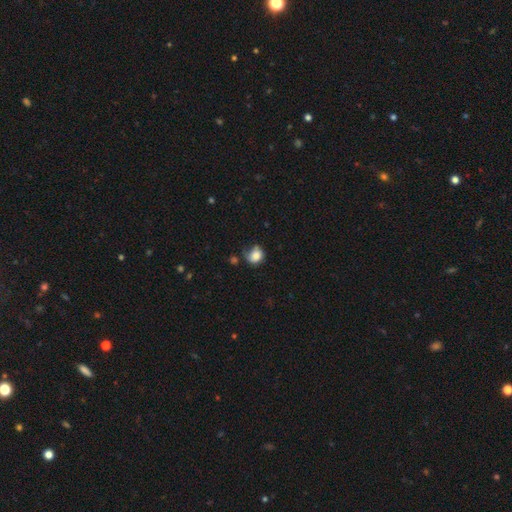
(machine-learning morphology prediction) type=smooth (82%); roundness=round (64%); merging=none (46%).